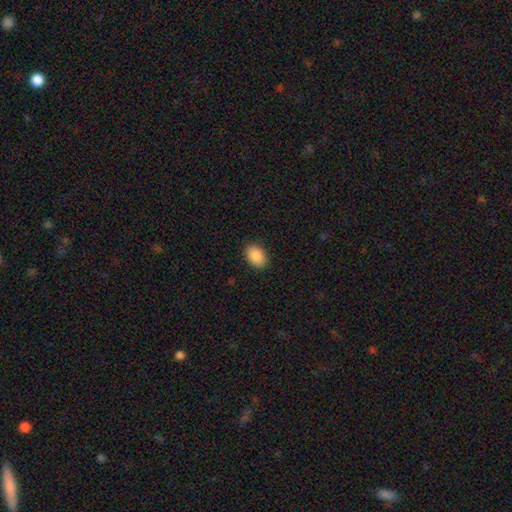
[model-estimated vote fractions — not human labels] This appears to be a smooth galaxy with no disk features (90%) that is in between round and cigar-shaped (85%). Merging: none (89%).